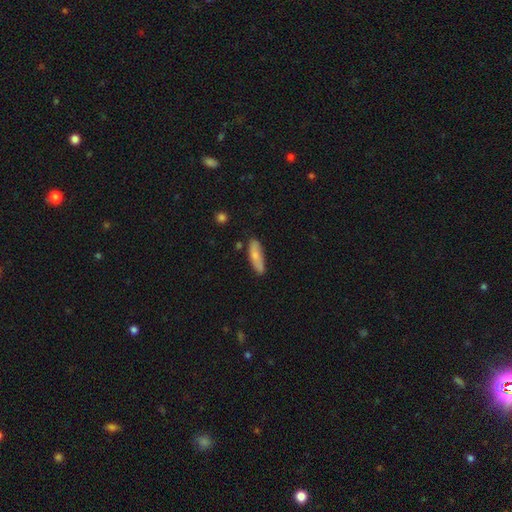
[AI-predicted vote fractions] smooth-or-featured: smooth: 77% | featured or disk: 17% | star or artifact: 6%
  how-rounded: cigar-shaped: 57% | in between: 41% | round: 2%
  merging: none: 78% | minor disturbance: 16% | merger: 3% | major disturbance: 3%